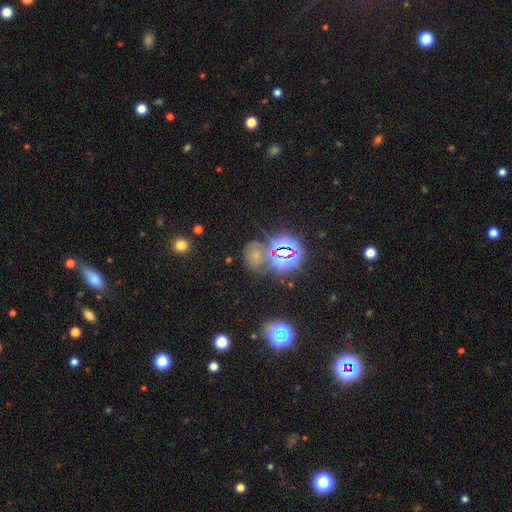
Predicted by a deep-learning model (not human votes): Smooth or featured?
  - star or artifact: 52% *
  - smooth: 34%
  - featured or disk: 14%